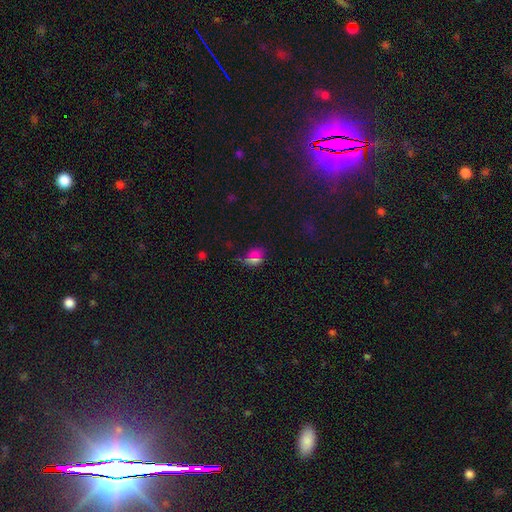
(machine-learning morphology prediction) A smooth galaxy with no disk features (51%) that is in between round and cigar-shaped (60%).

Vote fractions:
- Smooth or featured? smooth: 51% / star or artifact: 40% / featured or disk: 8%
- How rounded? in between: 60% / round: 35% / cigar-shaped: 5%
- Merging? none: 70% / minor disturbance: 17% / major disturbance: 8% / merger: 5%